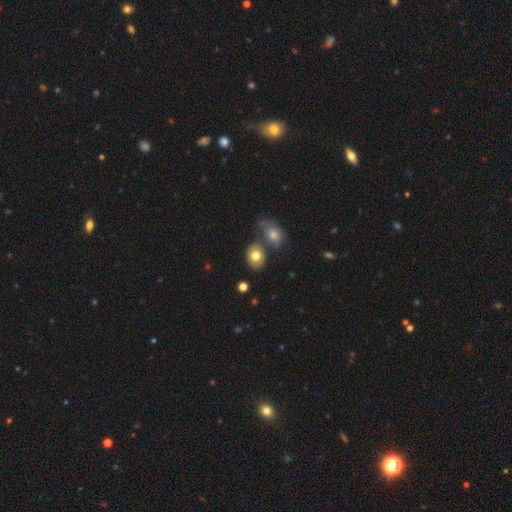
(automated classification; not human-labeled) Smooth or featured? smooth (78%)
How rounded? in between (57%)
Merging? none (60%)